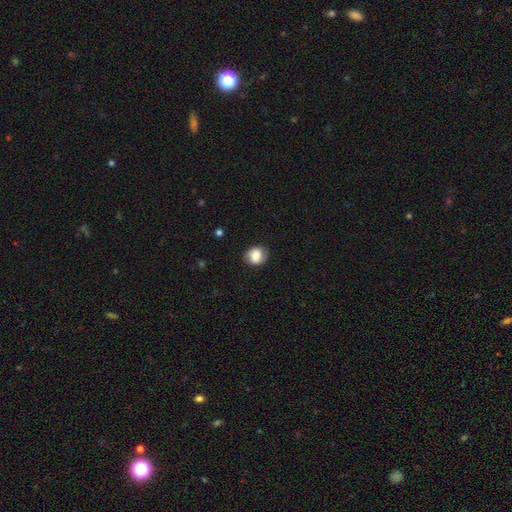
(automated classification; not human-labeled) The model was most divided on "how rounded": round: 70%, in between: 29%, cigar-shaped: 1%. More confident: smooth or featured — smooth (82%); merging — none (82%).